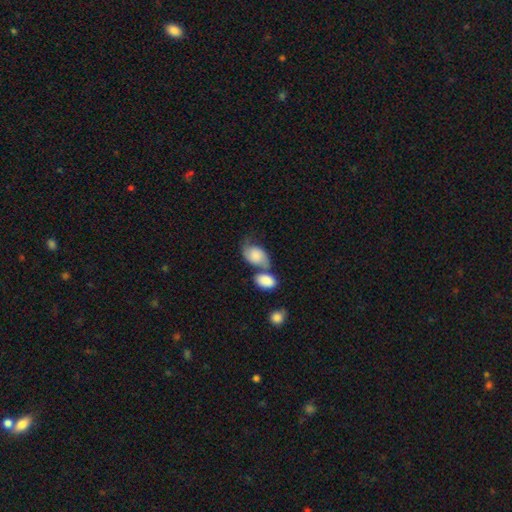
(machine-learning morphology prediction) Smooth or featured? smooth (61%)
How rounded? in between (77%)
Merging? merger (51%)